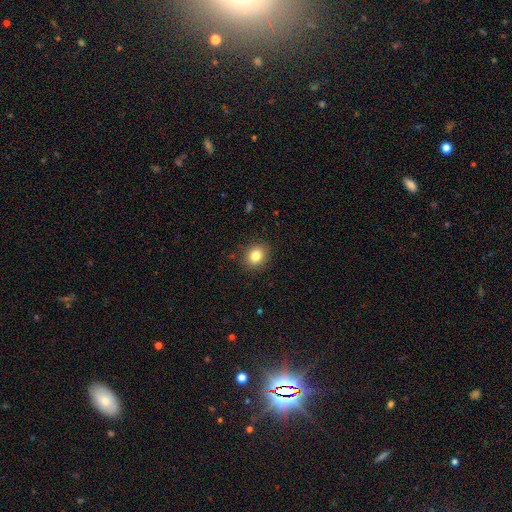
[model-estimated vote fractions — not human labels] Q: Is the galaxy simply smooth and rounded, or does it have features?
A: smooth — 82%.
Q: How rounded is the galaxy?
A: round — 73%.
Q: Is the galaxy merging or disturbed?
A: none — 89%.